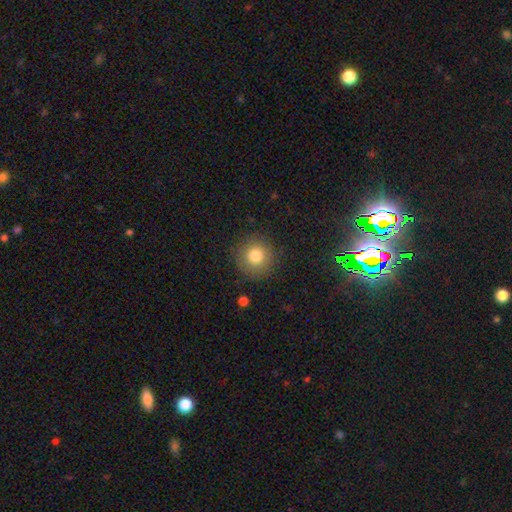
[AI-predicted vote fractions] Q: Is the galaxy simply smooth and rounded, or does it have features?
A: smooth — 80%.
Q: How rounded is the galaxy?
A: round — 95%.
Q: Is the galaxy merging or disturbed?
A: none — 88%.